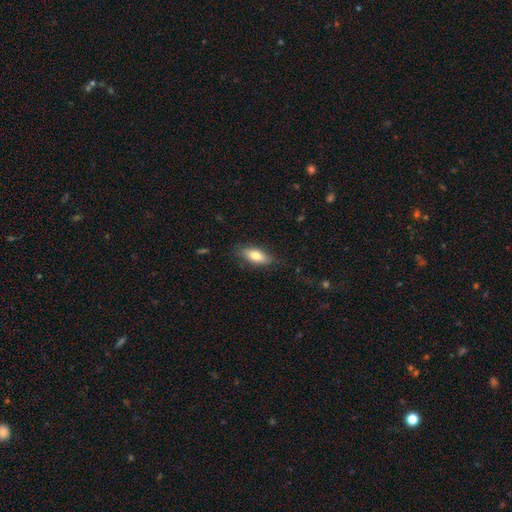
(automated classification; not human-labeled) Smooth or featured? Predicted: smooth (p=0.76). How rounded? Predicted: in between (p=0.79). Merging? Predicted: none (p=0.78).